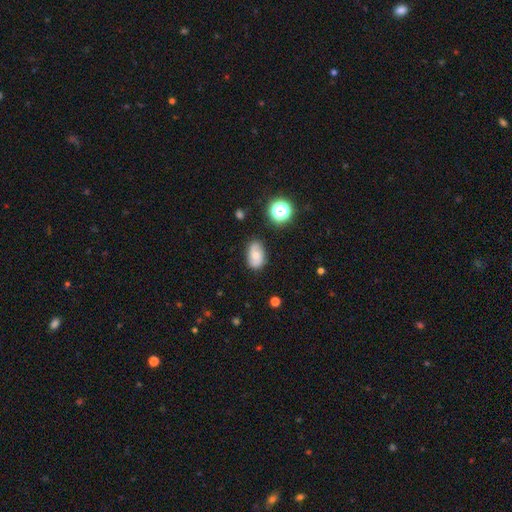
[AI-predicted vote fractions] smooth 62%, featured or disk 27%, star or artifact 11%. Down the decision tree: how rounded — in between (87%); merging — none (77%).